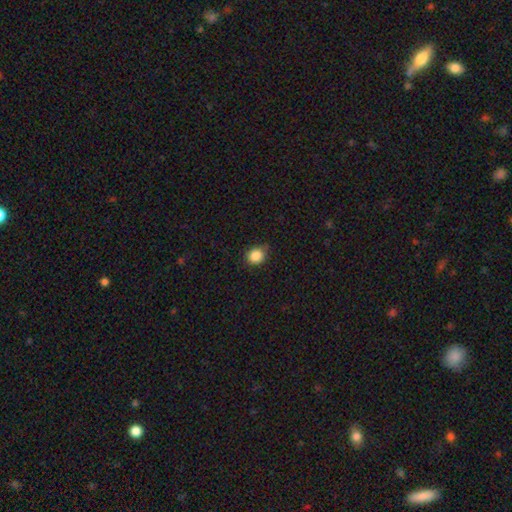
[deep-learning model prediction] Morphology: type=smooth (86%); roundness=round (76%); merging=none (77%).